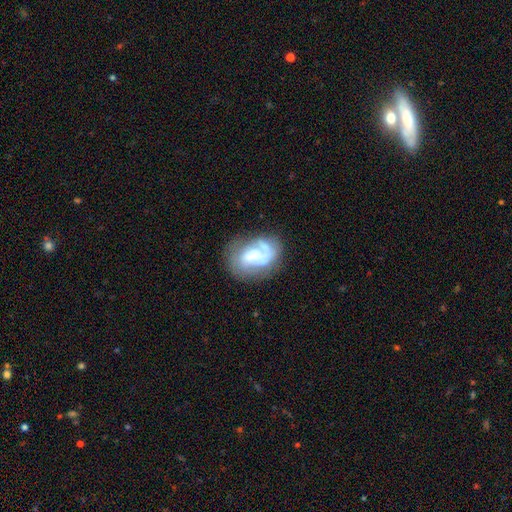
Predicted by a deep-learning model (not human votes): Morphology: type=featured or disk (64%); edge-on=no (97%); bar=no (58%); spiral arms=yes (79%); bulge=moderate (35%); merging=none (55%).